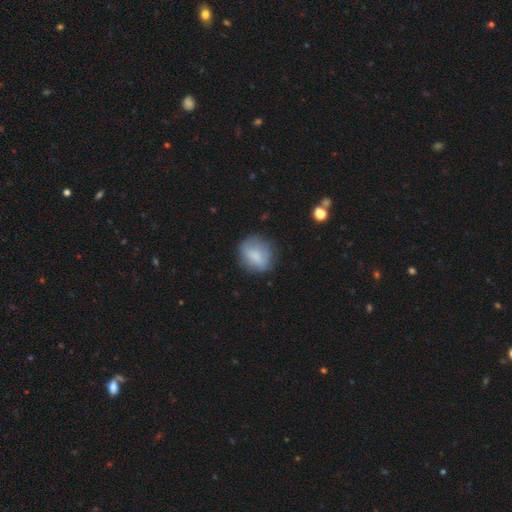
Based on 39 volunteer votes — A smooth galaxy with no disk features (85%) that is round (73%). Merging: none (74%).